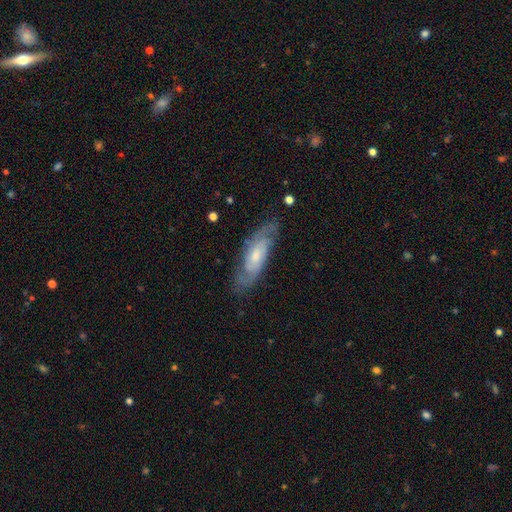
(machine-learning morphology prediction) Smooth or featured?
  - featured or disk: 77% *
  - smooth: 17%
  - star or artifact: 6%
Edge-on disk?
  - no: 85% *
  - yes: 15%
Bar?
  - no: 62% *
  - weak: 31%
  - strong: 7%
Spiral arms?
  - yes: 93% *
  - no: 7%
Spiral winding?
  - tight: 50% *
  - medium: 39%
  - loose: 11%
Spiral arm count?
  - 2: 62% *
  - can't tell: 25%
  - 3: 7%
  - 4: 2%
  - 1: 2%
  - more than 4: 2%
Bulge size?
  - small: 45% *
  - moderate: 43%
  - large: 5%
  - none: 5%
  - dominant: 1%
Merging?
  - none: 79% *
  - minor disturbance: 15%
  - major disturbance: 5%
  - merger: 1%